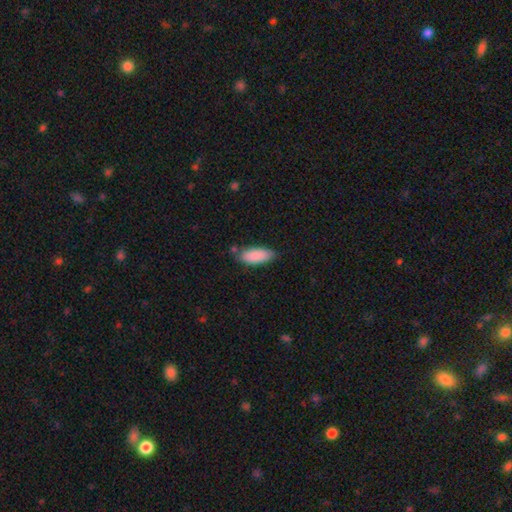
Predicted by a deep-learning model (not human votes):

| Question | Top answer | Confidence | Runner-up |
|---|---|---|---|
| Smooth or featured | smooth | 89% | star or artifact (6%) |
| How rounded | in between | 79% | cigar-shaped (19%) |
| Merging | none | 73% | minor disturbance (19%) |